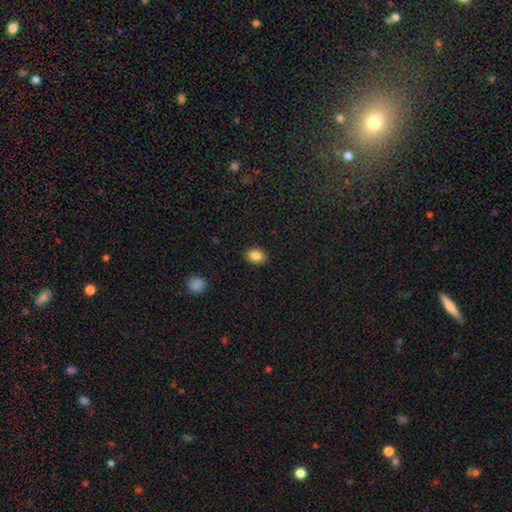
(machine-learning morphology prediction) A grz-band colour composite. It shows a smooth galaxy with no disk features (85%) that is in between round and cigar-shaped (68%). Merging: none (88%).